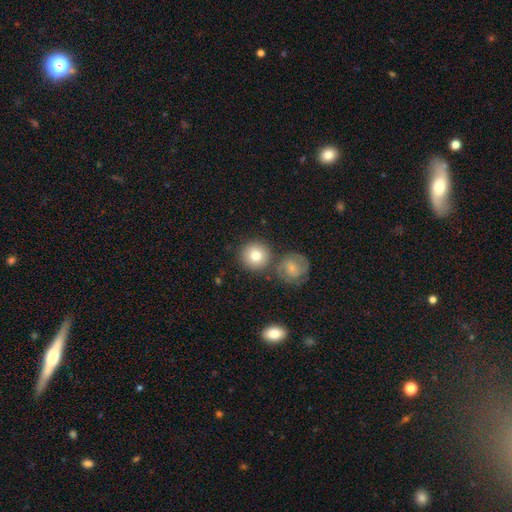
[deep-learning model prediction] Overall: smooth (78%). How rounded: round (94%). Merging: none (74%).